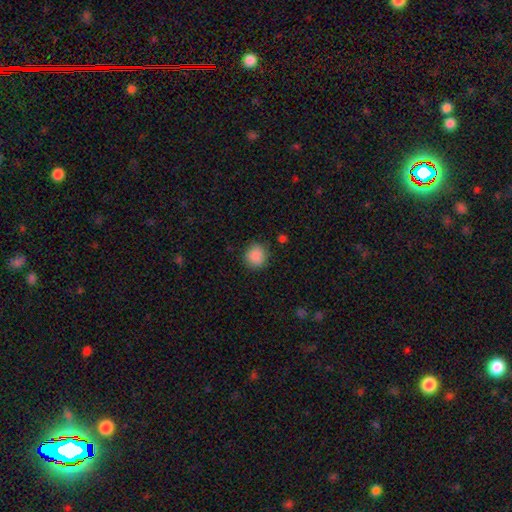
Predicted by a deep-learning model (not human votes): This is clearly a smooth galaxy (88%). How rounded: clearly round (84%). Merging: clearly none (83%).